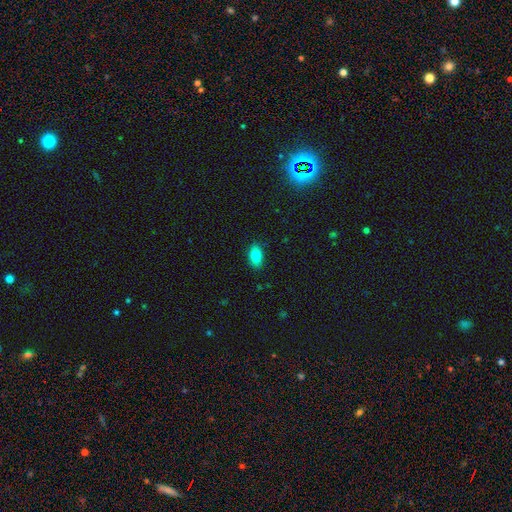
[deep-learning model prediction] This is clearly a smooth galaxy (82%). How rounded: clearly in between (89%). Merging: clearly none (87%).